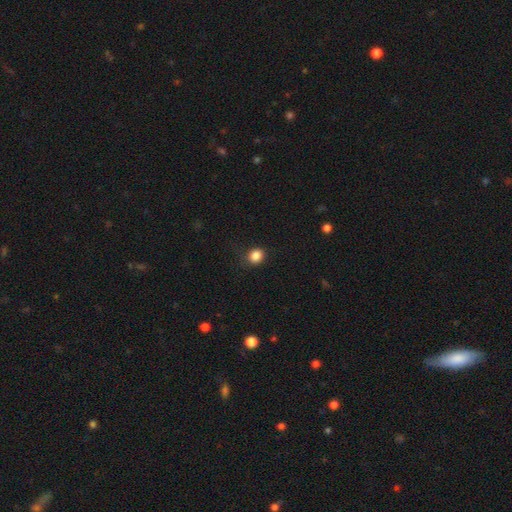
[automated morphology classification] A smooth galaxy with no disk features (86%) that is round (68%). Merging: none (78%).